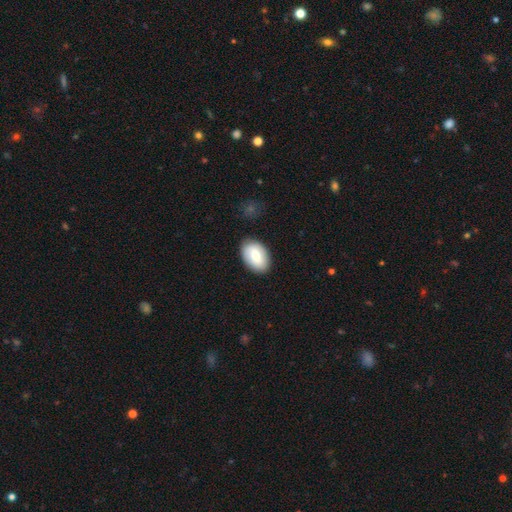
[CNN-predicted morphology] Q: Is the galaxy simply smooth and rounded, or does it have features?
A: smooth — 72%.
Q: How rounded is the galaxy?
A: in between — 88%.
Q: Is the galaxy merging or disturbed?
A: none — 87%.